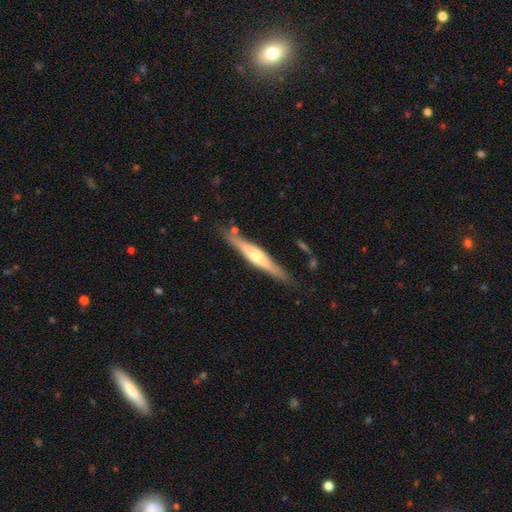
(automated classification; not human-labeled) The model was most divided on "smooth or featured": featured or disk: 68%, smooth: 27%, star or artifact: 5%. More confident: edge-on disk — yes (95%); edge-on bulge — rounded (85%); merging — none (81%).